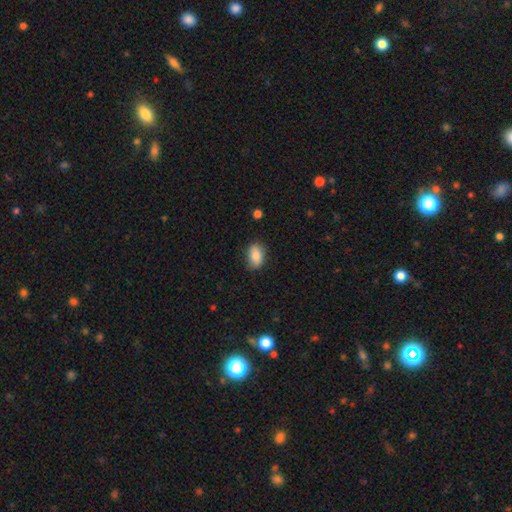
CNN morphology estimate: Smooth or featured?
  - smooth: 83% *
  - featured or disk: 9%
  - star or artifact: 8%
How rounded?
  - in between: 86% *
  - round: 12%
  - cigar-shaped: 2%
Merging?
  - none: 81% *
  - minor disturbance: 15%
  - major disturbance: 3%
  - merger: 1%